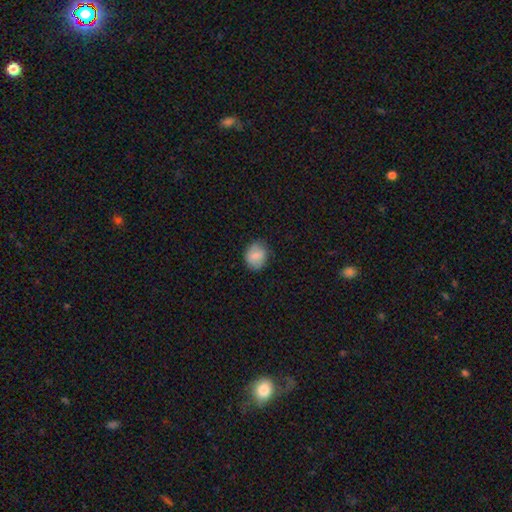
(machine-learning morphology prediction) smooth-or-featured: smooth: 81% | featured or disk: 12% | star or artifact: 8%
  how-rounded: round: 60% | in between: 39% | cigar-shaped: 1%
  merging: none: 76% | minor disturbance: 18% | major disturbance: 4% | merger: 1%